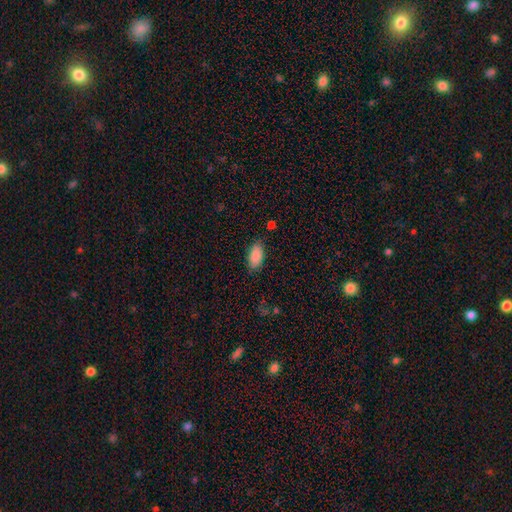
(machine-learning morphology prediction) smooth_or_featured: smooth (p=0.89) [alt: star or artifact p=0.07]
how_rounded: in between (p=0.92) [alt: cigar-shaped p=0.05]
merging: none (p=0.82) [alt: minor disturbance p=0.14]